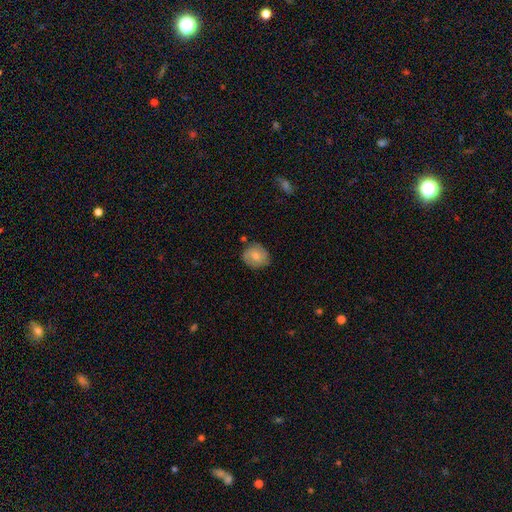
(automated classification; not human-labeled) Smooth or featured: smooth — 72% (featured or disk — 21%)
How rounded: round — 73% (in between — 26%)
Merging: none — 76% (minor disturbance — 18%)